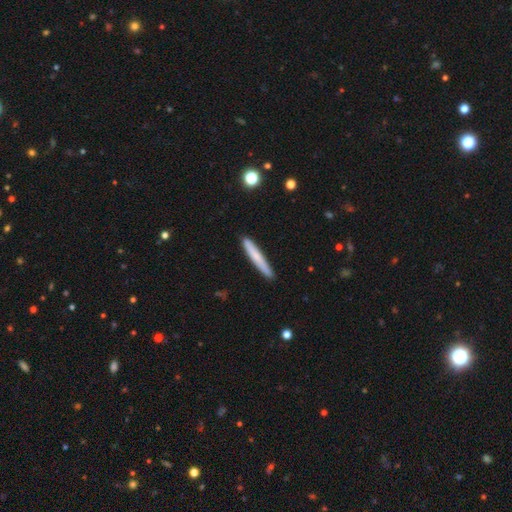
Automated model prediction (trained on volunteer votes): smooth_or_featured: smooth (p=0.68) [alt: featured or disk p=0.26]
how_rounded: cigar-shaped (p=0.95) [alt: in between p=0.03]
merging: none (p=0.89) [alt: minor disturbance p=0.08]